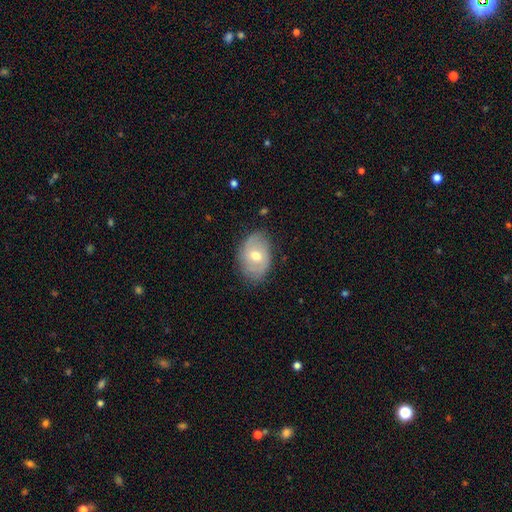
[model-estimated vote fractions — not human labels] smooth 47%, featured or disk 45%, star or artifact 8%. Down the decision tree: merging — none (76%).